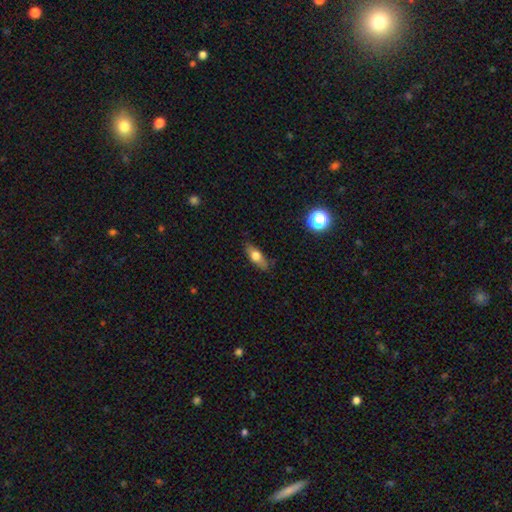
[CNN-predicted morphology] type=smooth (62%); roundness=in between (62%); merging=none (82%).